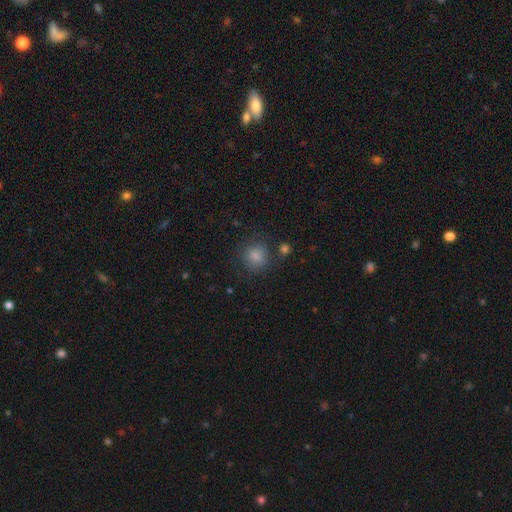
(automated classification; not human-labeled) A smooth galaxy with no disk features (77%) that is round (87%).

Vote fractions:
- Smooth or featured? smooth: 77% / star or artifact: 16% / featured or disk: 7%
- How rounded? round: 87% / in between: 12% / cigar-shaped: 1%
- Merging? none: 81% / minor disturbance: 10% / major disturbance: 4% / merger: 4%